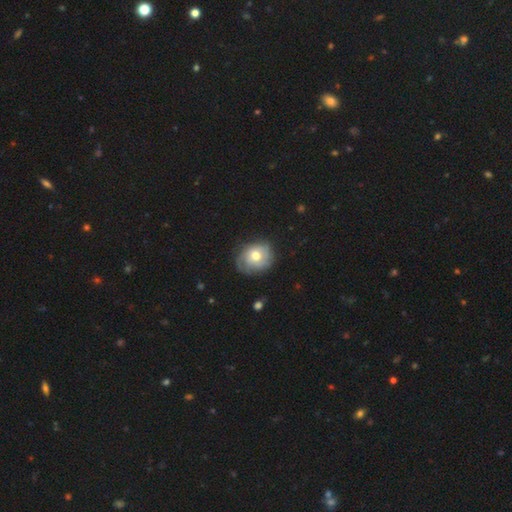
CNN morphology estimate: Smooth or featured? Predicted: smooth (p=0.54). How rounded? Predicted: round (p=0.70). Merging? Predicted: none (p=0.66).